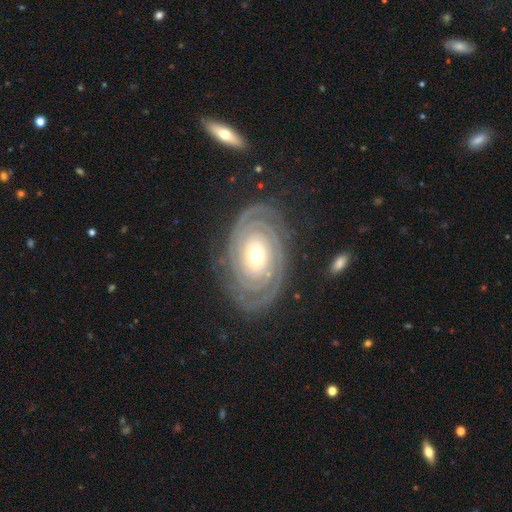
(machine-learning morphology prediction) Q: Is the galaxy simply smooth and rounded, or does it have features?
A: featured or disk — 90%.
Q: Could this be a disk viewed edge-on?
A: no — 96%.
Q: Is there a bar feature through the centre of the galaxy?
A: no — 73%.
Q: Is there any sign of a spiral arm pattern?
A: yes — 97%.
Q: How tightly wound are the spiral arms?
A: tight — 89%.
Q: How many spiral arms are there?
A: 2 — 53%.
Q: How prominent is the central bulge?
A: moderate — 67%.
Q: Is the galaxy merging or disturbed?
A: none — 83%.